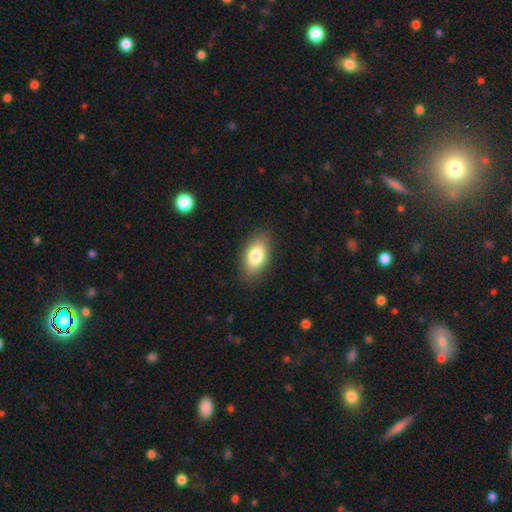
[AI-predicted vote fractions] This is clearly a smooth galaxy (82%). How rounded: clearly in between (91%). Merging: clearly none (86%).